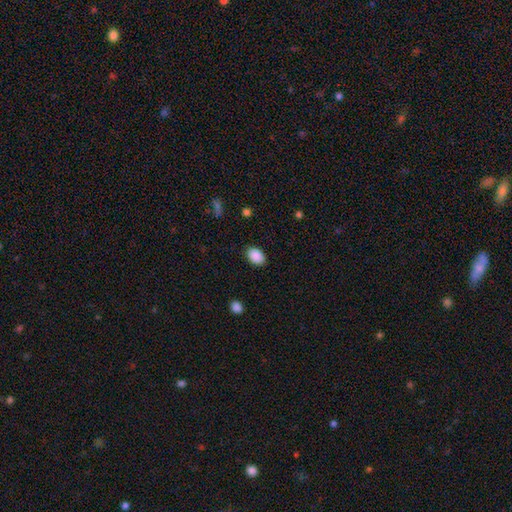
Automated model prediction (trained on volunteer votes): smooth-or-featured: smooth: 90% | star or artifact: 8% | featured or disk: 3%
  how-rounded: in between: 84% | round: 15% | cigar-shaped: 1%
  merging: none: 88% | minor disturbance: 9% | major disturbance: 2% | merger: 1%